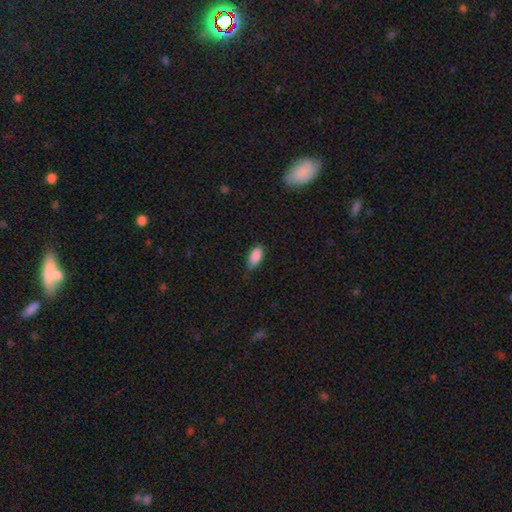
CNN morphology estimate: Overall: smooth (88%). How rounded: in between (90%). Merging: none (64%; minor disturbance 30%).